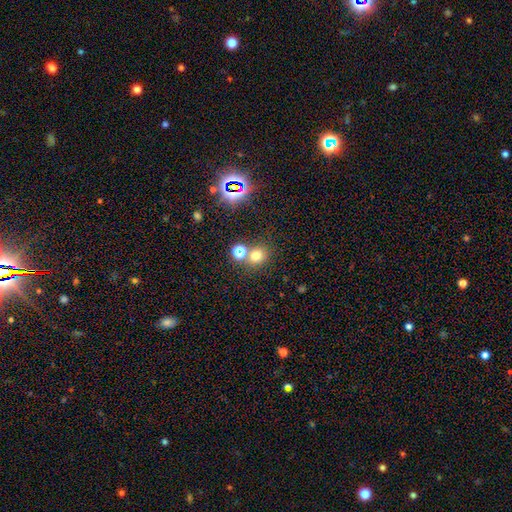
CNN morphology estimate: Smooth or featured?
  - smooth: 67% *
  - star or artifact: 25%
  - featured or disk: 8%
How rounded?
  - round: 80% *
  - in between: 19%
  - cigar-shaped: 1%
Merging?
  - none: 68% *
  - merger: 20%
  - minor disturbance: 8%
  - major disturbance: 4%